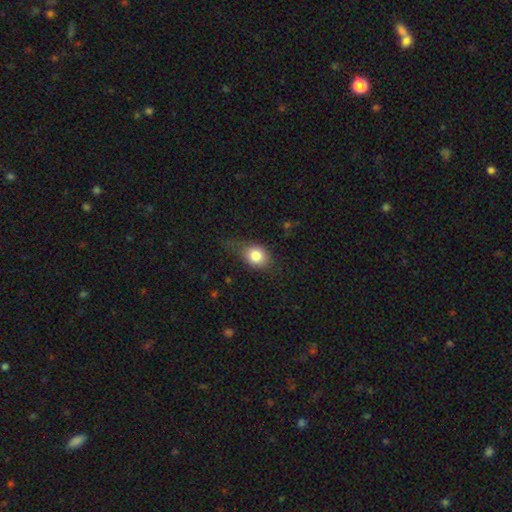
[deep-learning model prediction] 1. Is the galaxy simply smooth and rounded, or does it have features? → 81% smooth, 10% featured or disk, 9% star or artifact.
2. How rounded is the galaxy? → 53% round, 45% in between, 2% cigar-shaped.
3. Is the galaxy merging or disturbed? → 55% none, 30% minor disturbance, 13% major disturbance, 2% merger.